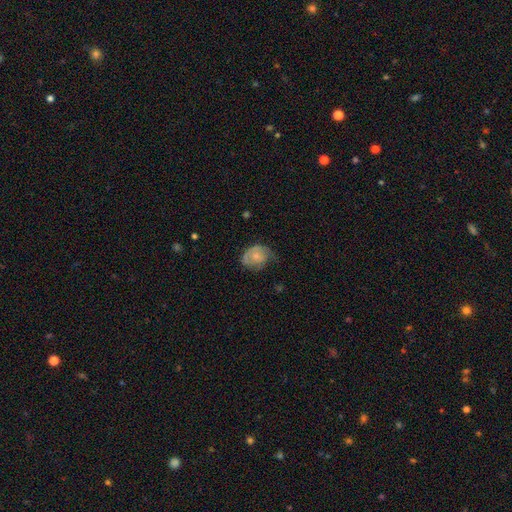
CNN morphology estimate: This appears to be a smooth galaxy with no disk features (49%). Merging: none (43%).